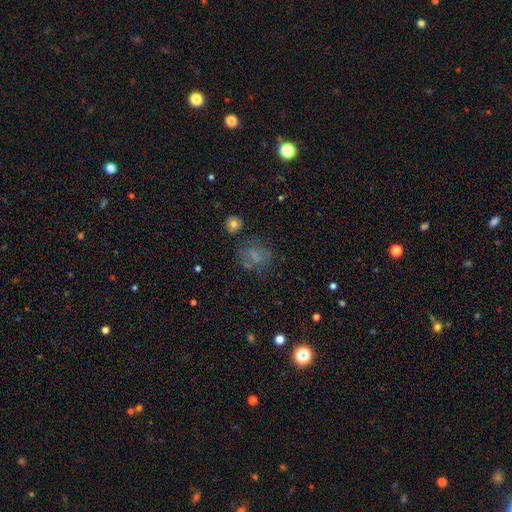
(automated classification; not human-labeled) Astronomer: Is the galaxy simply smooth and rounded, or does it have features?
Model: smooth — 51% (runner-up: featured or disk, 27%).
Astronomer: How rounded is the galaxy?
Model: round — 55% (runner-up: in between, 43%).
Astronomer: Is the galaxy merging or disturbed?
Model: none — 57%.